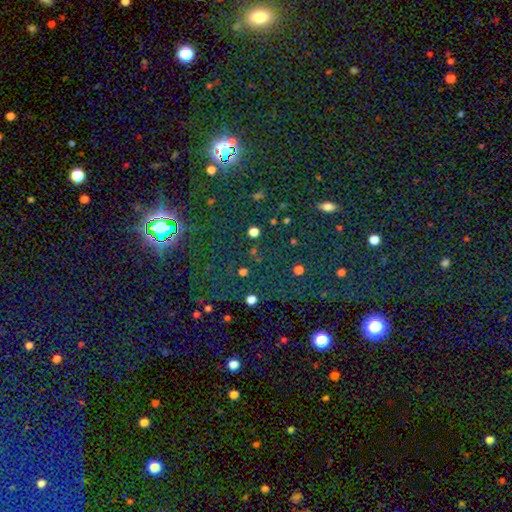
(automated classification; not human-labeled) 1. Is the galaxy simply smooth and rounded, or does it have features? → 74% star or artifact, 19% smooth, 7% featured or disk.